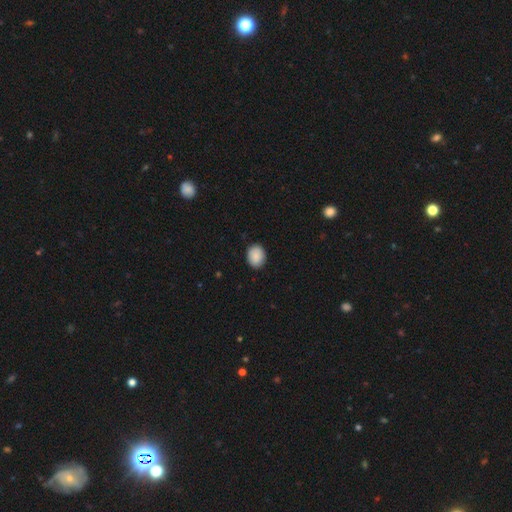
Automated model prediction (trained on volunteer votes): Overall: smooth (89%). How rounded: round (54%; in between 45%). Merging: none (89%).